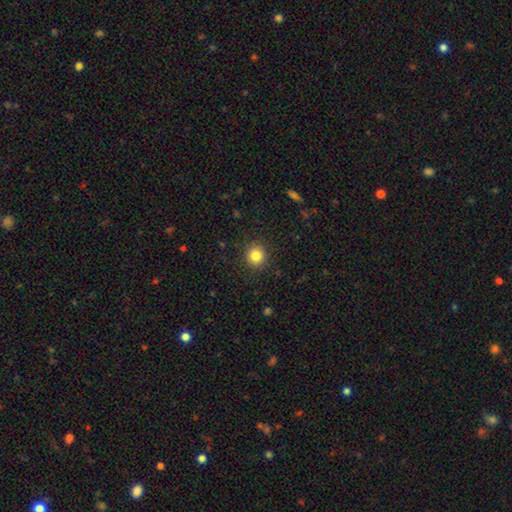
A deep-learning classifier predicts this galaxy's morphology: smooth 83%, star or artifact 11%, featured or disk 6%. Down the decision tree: how rounded — round (90%); merging — none (90%).